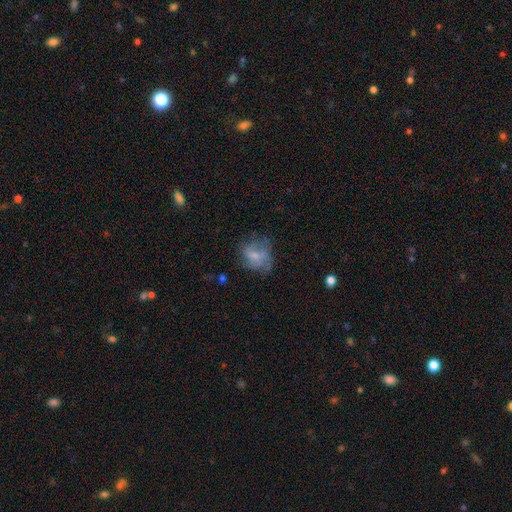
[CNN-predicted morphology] This appears to be a smooth galaxy with no disk features (48%). Merging: none (51%).